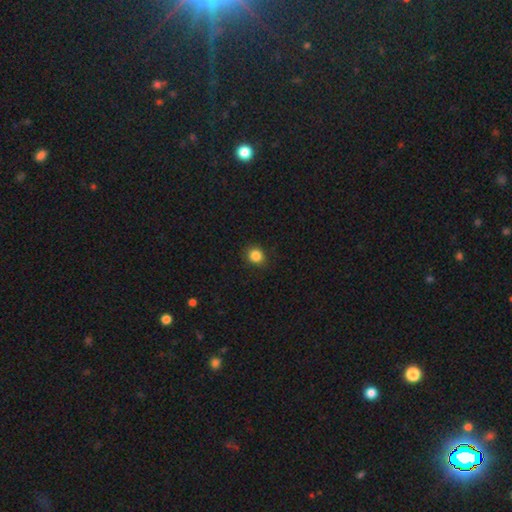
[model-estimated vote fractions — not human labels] A smooth galaxy with no disk features (85%) that is round (80%).

Vote fractions:
- Smooth or featured? smooth: 85% / star or artifact: 11% / featured or disk: 4%
- How rounded? round: 80% / in between: 19% / cigar-shaped: 1%
- Merging? none: 88% / minor disturbance: 9% / major disturbance: 2% / merger: 1%